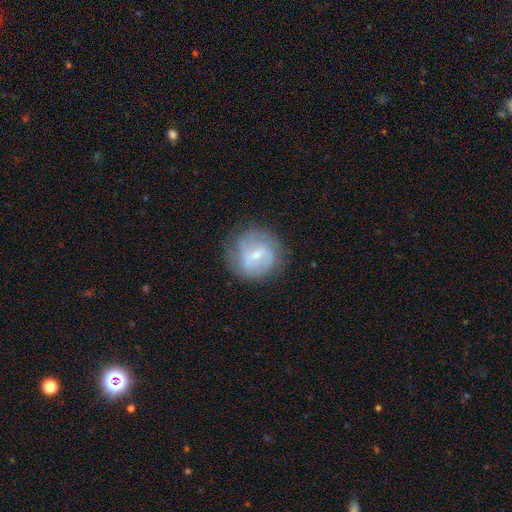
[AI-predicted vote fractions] Overall: featured or disk (59%; smooth 33%). Edge-on disk: no (96%). Bar: weak (55%; no 23%). Spiral arms: yes (64%; no 36%). Bulge size: small (65%; moderate 28%). Merging: none (71%).